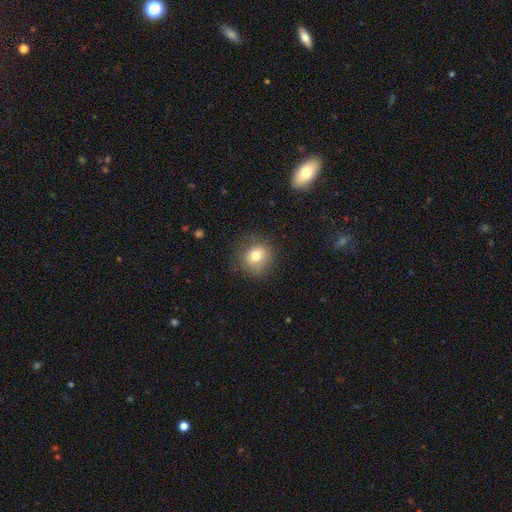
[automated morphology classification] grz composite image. It shows a smooth galaxy with no disk features (77%) that is round (80%). Merging: none (76%).